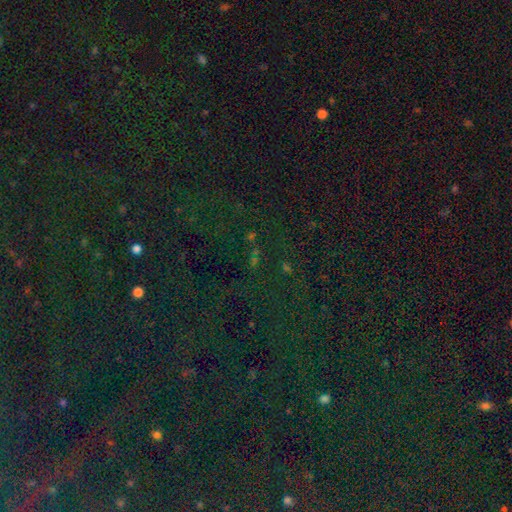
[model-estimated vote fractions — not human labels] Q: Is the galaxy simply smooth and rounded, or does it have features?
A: star or artifact — 78%.